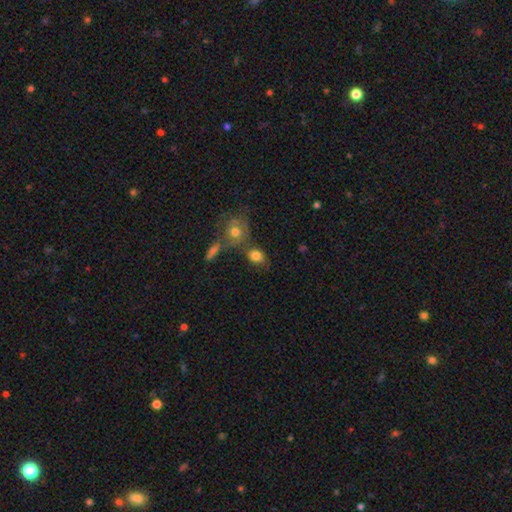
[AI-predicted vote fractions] Smooth or featured? Predicted: smooth (p=0.79). How rounded? Predicted: in between (p=0.59). Merging? Predicted: none (p=0.55).